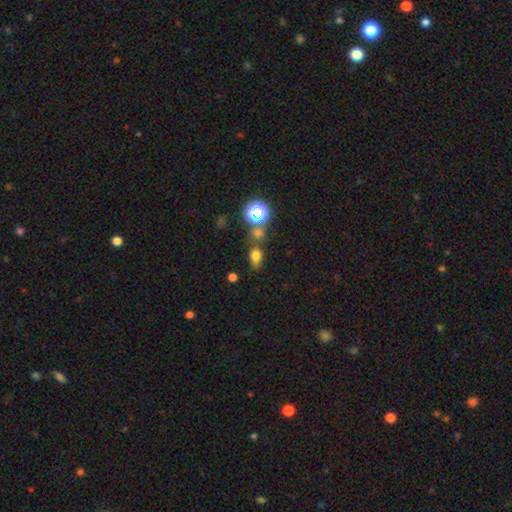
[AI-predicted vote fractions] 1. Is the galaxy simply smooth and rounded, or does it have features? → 69% smooth, 23% star or artifact, 8% featured or disk.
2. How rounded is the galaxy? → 65% in between, 33% round, 2% cigar-shaped.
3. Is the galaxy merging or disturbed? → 63% none, 18% merger, 14% minor disturbance, 5% major disturbance.